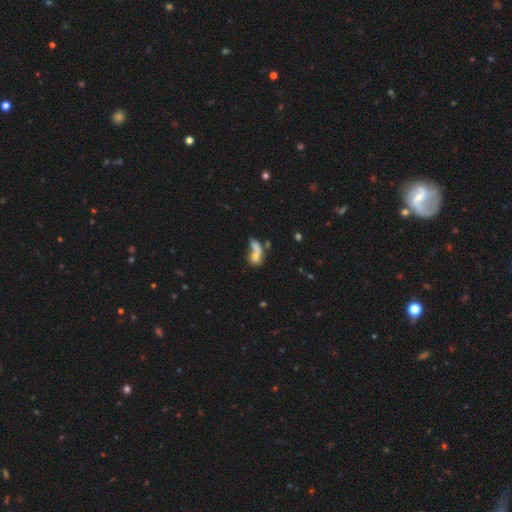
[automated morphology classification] The model was most divided on "smooth or featured": smooth: 61%, featured or disk: 27%, star or artifact: 13%. More confident: how rounded — in between (66%); merging — merger (61%).